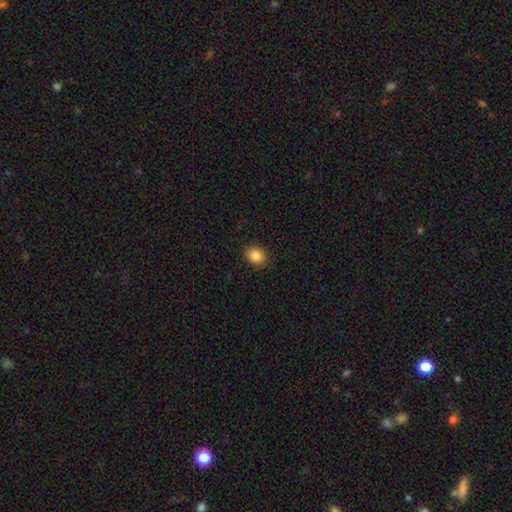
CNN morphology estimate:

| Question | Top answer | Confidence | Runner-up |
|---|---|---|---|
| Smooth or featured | smooth | 86% | star or artifact (10%) |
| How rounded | round | 61% | in between (38%) |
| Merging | none | 89% | minor disturbance (8%) |